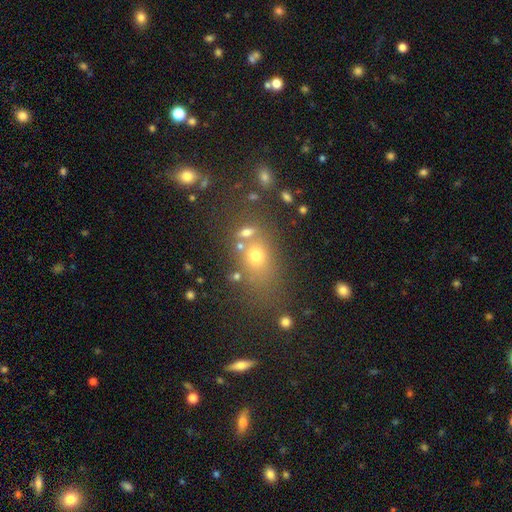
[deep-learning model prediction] A smooth galaxy with no disk features (63%) that is in between round and cigar-shaped (59%).

Vote fractions:
- Smooth or featured? smooth: 63% / star or artifact: 22% / featured or disk: 15%
- How rounded? in between: 59% / round: 37% / cigar-shaped: 4%
- Merging? none: 56% / merger: 22% / minor disturbance: 14% / major disturbance: 8%